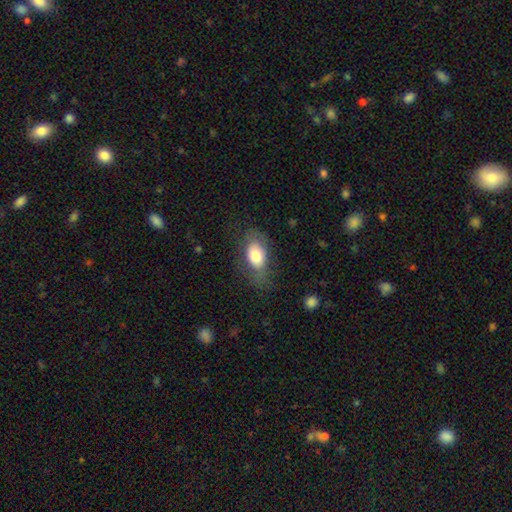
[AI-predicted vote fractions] Smooth or featured: smooth — 75% (featured or disk — 18%)
How rounded: in between — 88% (round — 10%)
Merging: none — 58% (minor disturbance — 25%)